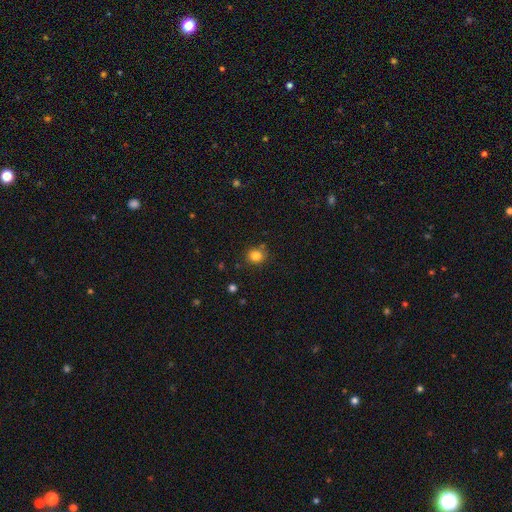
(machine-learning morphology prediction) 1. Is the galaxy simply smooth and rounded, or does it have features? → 83% smooth, 12% star or artifact, 5% featured or disk.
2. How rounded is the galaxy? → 75% round, 24% in between, 1% cigar-shaped.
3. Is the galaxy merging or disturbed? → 78% none, 14% minor disturbance, 4% merger, 4% major disturbance.